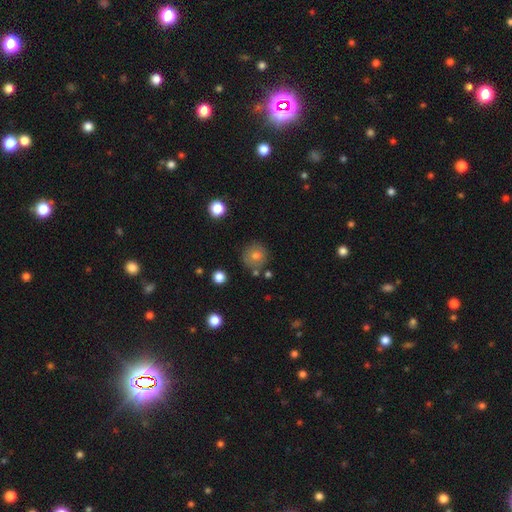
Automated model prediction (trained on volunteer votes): The model was most divided on "smooth or featured": smooth: 76%, featured or disk: 13%, star or artifact: 12%. More confident: how rounded — round (92%); merging — none (80%).